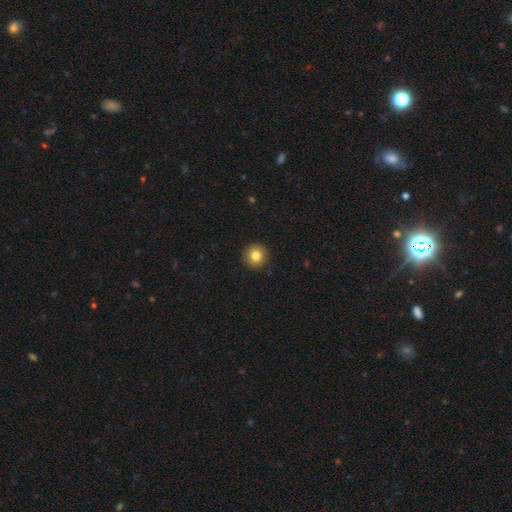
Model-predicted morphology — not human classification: type=smooth (82%); roundness=round (95%); merging=none (93%).